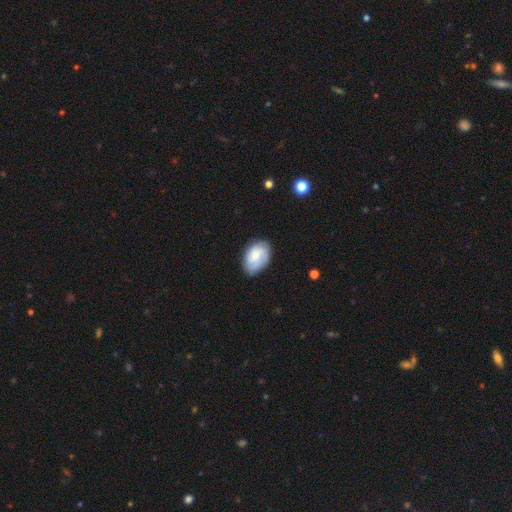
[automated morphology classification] type=smooth (62%); roundness=in between (86%); merging=none (71%).